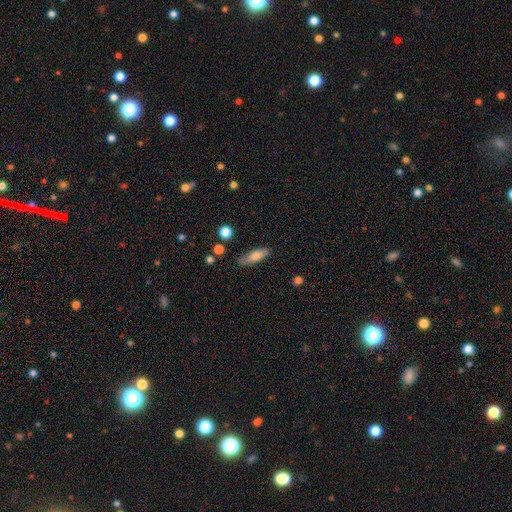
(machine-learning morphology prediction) Smooth or featured? Predicted: smooth (p=0.76). How rounded? Predicted: in between (p=0.50). Merging? Predicted: none (p=0.72).